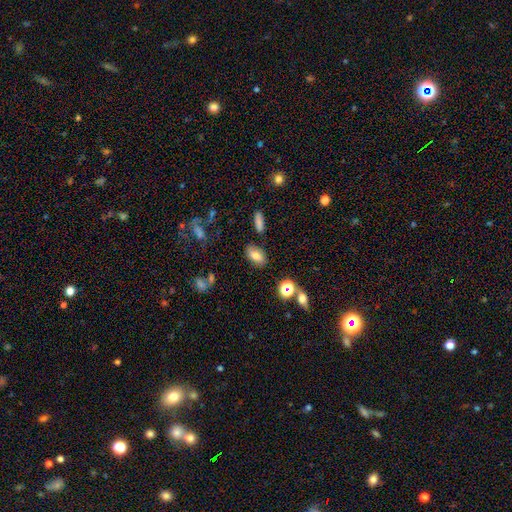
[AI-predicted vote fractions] Q: Smooth or featured?
A: smooth (75%); runner-up: featured or disk (13%)
Q: How rounded?
A: in between (87%); runner-up: round (9%)
Q: Merging?
A: none (81%); runner-up: minor disturbance (12%)